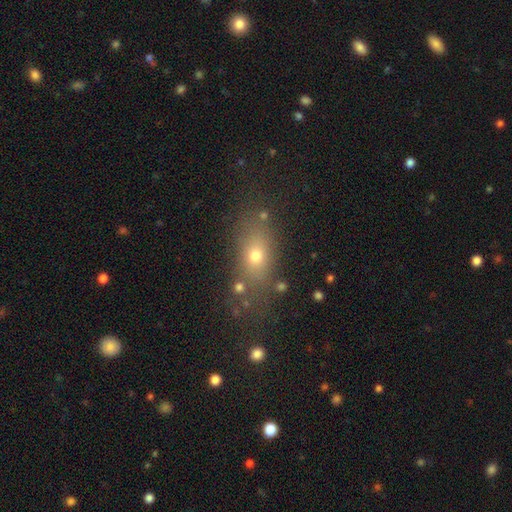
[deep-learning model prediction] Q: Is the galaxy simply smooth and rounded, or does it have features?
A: smooth — 61%.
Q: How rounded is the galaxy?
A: in between — 63%.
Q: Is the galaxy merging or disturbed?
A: none — 74%.